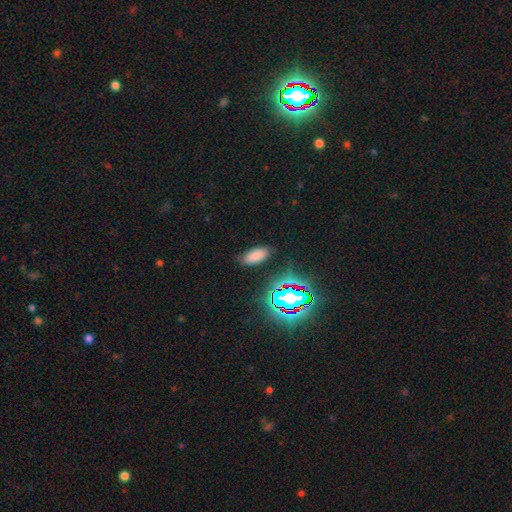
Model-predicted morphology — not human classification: type=smooth (72%); roundness=in between (91%); merging=none (84%).